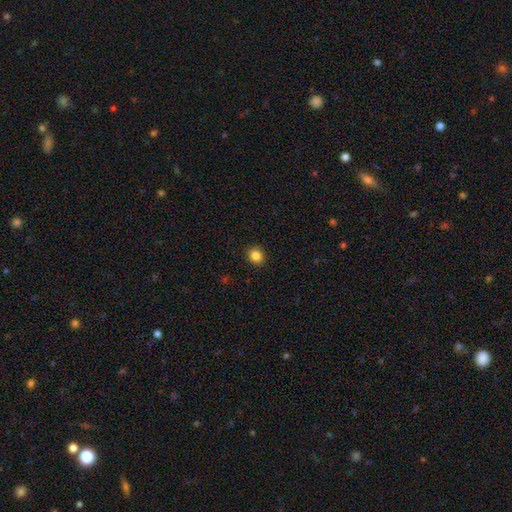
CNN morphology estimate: Smooth or featured: smooth — 84% (star or artifact — 11%)
How rounded: round — 78% (in between — 21%)
Merging: none — 91% (minor disturbance — 6%)